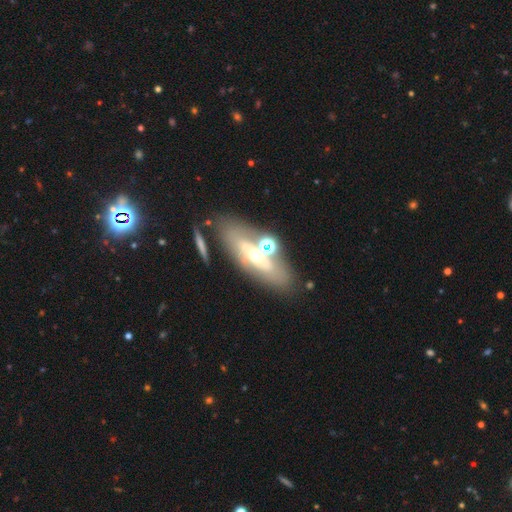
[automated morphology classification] Smooth or featured? featured or disk (57%)
Edge-on disk? no (72%)
Merging? none (65%)